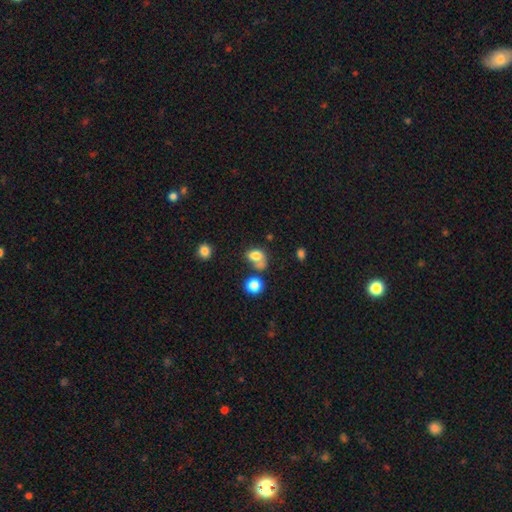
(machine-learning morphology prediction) type=smooth (77%); roundness=in between (71%); merging=none (33%, tied with merger).